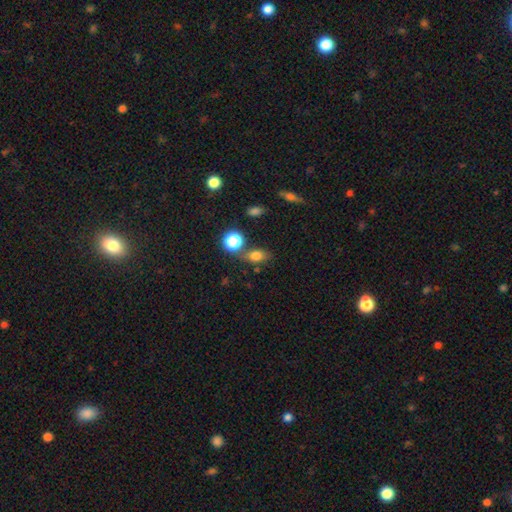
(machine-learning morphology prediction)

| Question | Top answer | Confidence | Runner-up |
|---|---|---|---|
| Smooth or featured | smooth | 75% | star or artifact (15%) |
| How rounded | in between | 69% | round (27%) |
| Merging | none | 62% | merger (16%) |